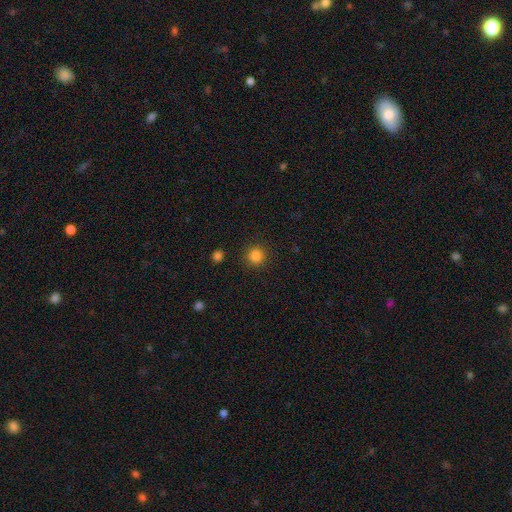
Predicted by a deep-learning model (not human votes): Smooth or featured? Predicted: smooth (p=0.84). How rounded? Predicted: round (p=0.94). Merging? Predicted: none (p=0.90).